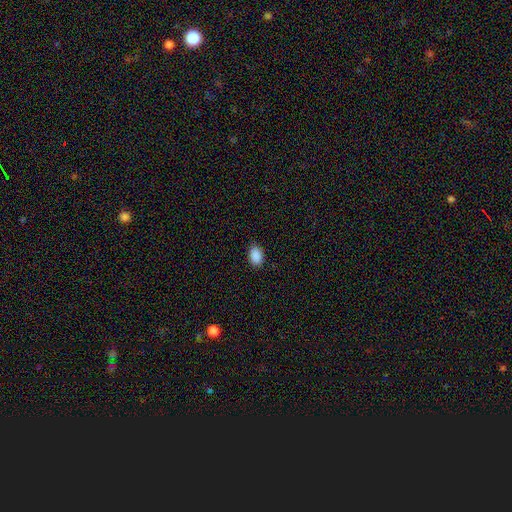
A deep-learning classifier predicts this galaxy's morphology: smooth 89%, star or artifact 8%, featured or disk 3%. Down the decision tree: how rounded — in between (84%); merging — none (86%).